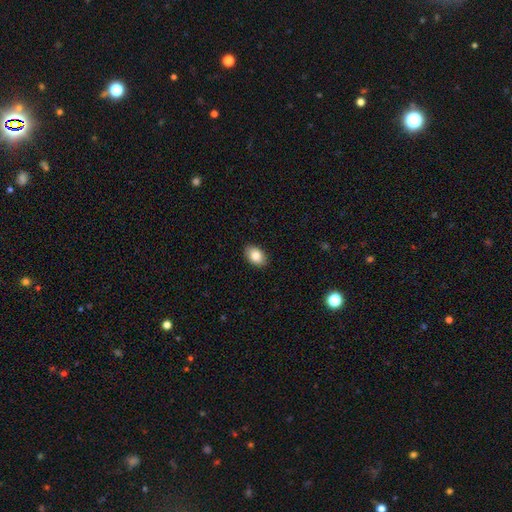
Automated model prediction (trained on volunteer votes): A smooth galaxy with no disk features (86%) that is in between round and cigar-shaped (86%). Merging: none (89%).